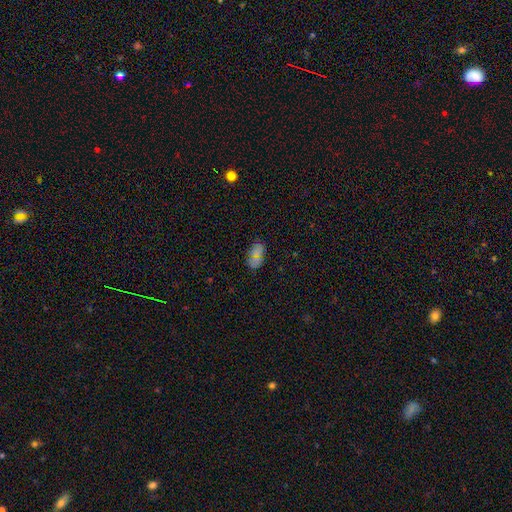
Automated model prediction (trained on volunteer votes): This appears to be a smooth galaxy with no disk features (60%) that is in between round and cigar-shaped (88%). Merging: none (72%).